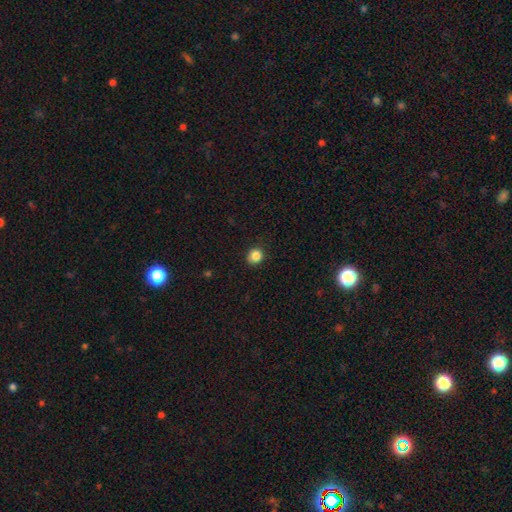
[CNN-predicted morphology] The model was most divided on "how rounded": round: 85%, in between: 15%, cigar-shaped: 1%. More confident: merging — none (89%); smooth or featured — smooth (86%).